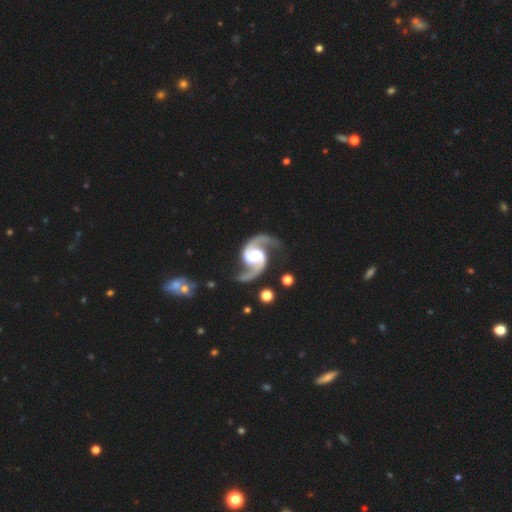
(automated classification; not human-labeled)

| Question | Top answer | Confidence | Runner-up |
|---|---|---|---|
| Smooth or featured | featured or disk | 95% | star or artifact (3%) |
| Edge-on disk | no | 99% | yes (1%) |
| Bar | weak | 44% | no (35%) |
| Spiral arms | yes | 99% | no (1%) |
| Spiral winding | medium | 57% | loose (32%) |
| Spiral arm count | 2 | 95% | 3 (1%) |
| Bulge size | moderate | 43% | small (29%) |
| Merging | none | 76% | minor disturbance (14%) |